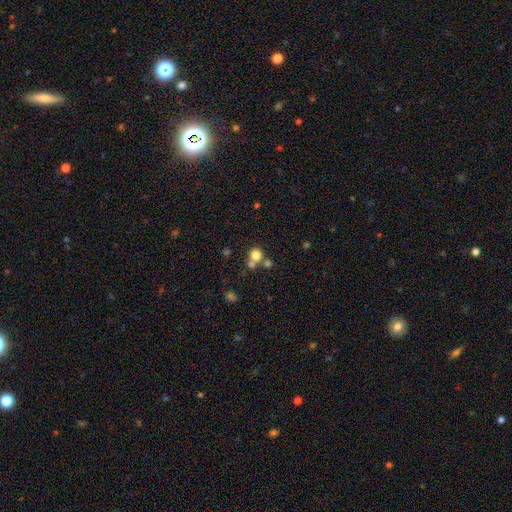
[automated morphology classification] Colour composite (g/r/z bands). It shows a smooth galaxy with no disk features (77%) that is round (86%). Merging: none (53%).